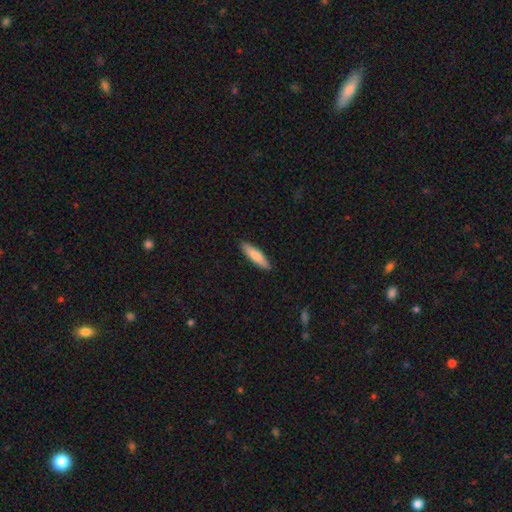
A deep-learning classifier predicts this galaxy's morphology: smooth-or-featured: smooth: 82% | featured or disk: 13% | star or artifact: 5%
  how-rounded: cigar-shaped: 75% | in between: 23% | round: 1%
  merging: none: 90% | minor disturbance: 7% | major disturbance: 2% | merger: 1%